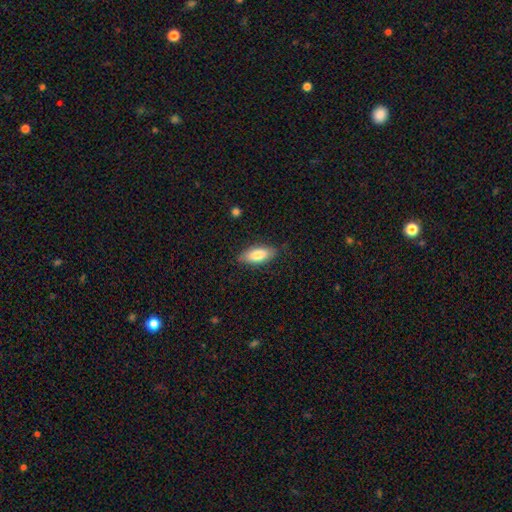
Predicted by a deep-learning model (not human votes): Smooth or featured: smooth — 82% (featured or disk — 12%)
How rounded: in between — 82% (cigar-shaped — 16%)
Merging: none — 82% (minor disturbance — 14%)